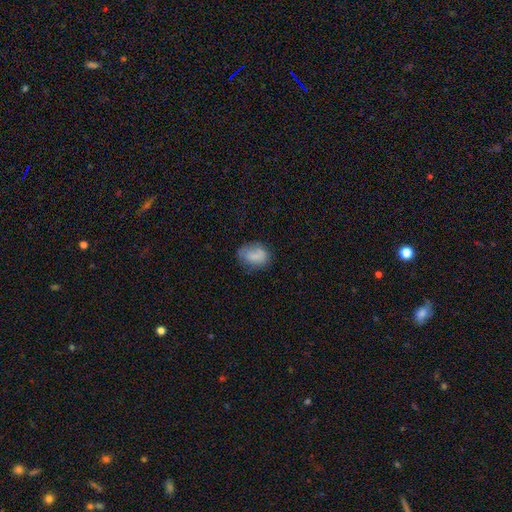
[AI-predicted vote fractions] Smooth or featured? Predicted: smooth (p=0.78). How rounded? Predicted: in between (p=0.73). Merging? Predicted: none (p=0.63).